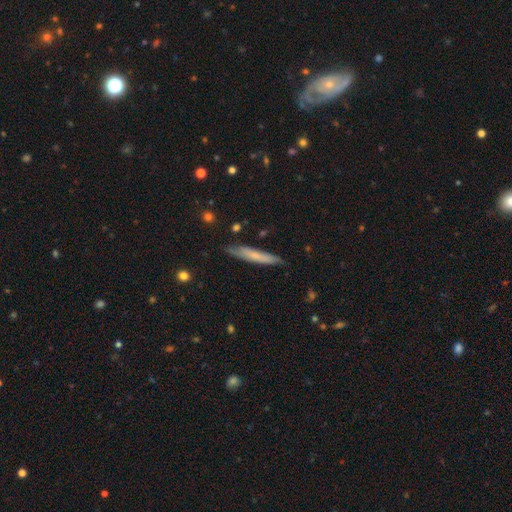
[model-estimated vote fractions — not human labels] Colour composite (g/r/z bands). It shows a smooth galaxy with no disk features (62%) that is cigar-shaped (93%). Merging: none (83%).